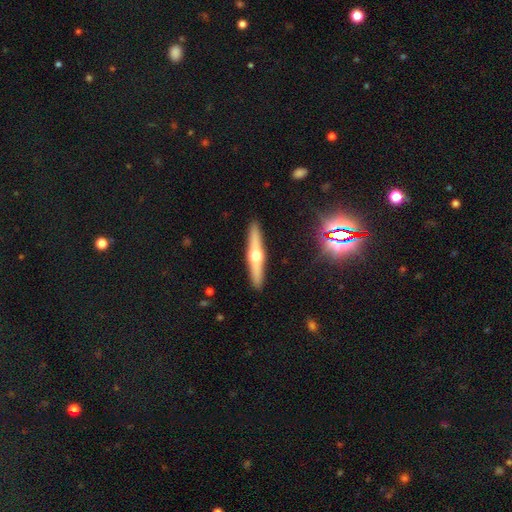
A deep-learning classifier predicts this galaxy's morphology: smooth_or_featured: featured or disk (p=0.65) [alt: smooth p=0.29]
disk_edge_on: yes (p=0.96) [alt: no p=0.04]
edge_on_bulge: rounded (p=0.95) [alt: none p=0.03]
merging: none (p=0.91) [alt: minor disturbance p=0.06]